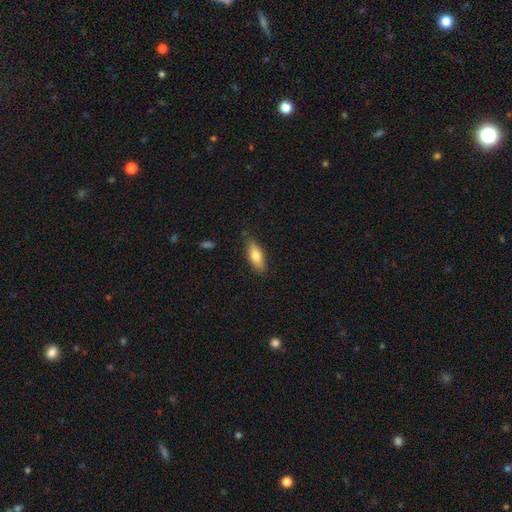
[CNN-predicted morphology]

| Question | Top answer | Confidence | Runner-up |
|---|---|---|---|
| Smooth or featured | smooth | 74% | featured or disk (20%) |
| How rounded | in between | 68% | cigar-shaped (29%) |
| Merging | none | 82% | minor disturbance (14%) |